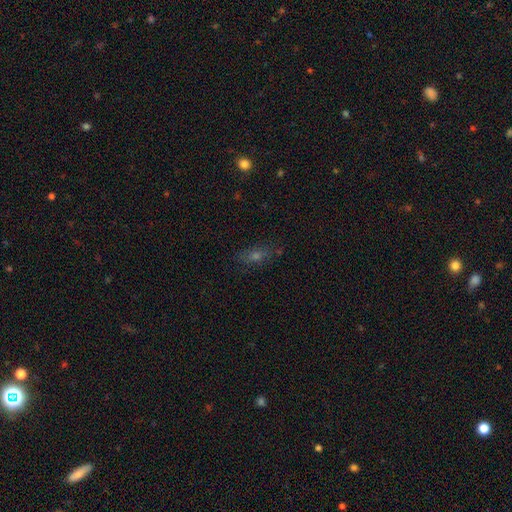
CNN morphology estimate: Smooth or featured? smooth (42%)
Merging? none (80%)